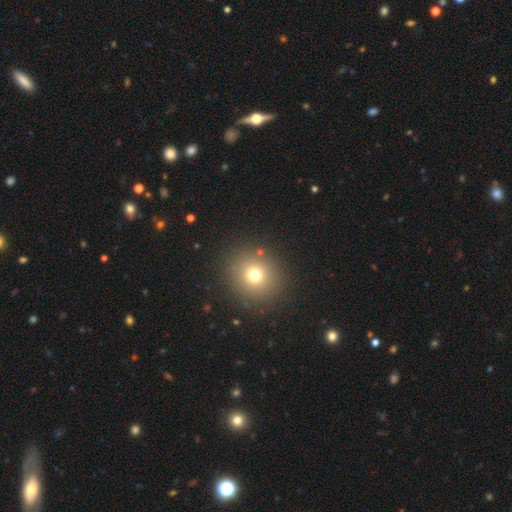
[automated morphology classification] smooth-or-featured: smooth: 62% | star or artifact: 30% | featured or disk: 8%
  how-rounded: round: 93% | in between: 6% | cigar-shaped: 1%
  merging: none: 92% | minor disturbance: 5% | major disturbance: 2% | merger: 1%